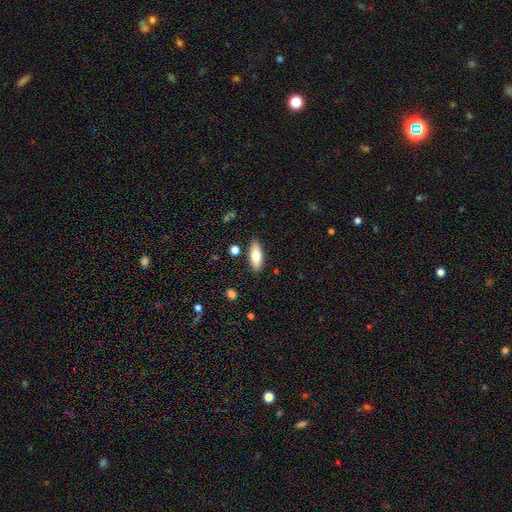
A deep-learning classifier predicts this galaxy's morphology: Q: Smooth or featured?
A: smooth (72%); runner-up: featured or disk (21%)
Q: How rounded?
A: in between (72%); runner-up: cigar-shaped (25%)
Q: Merging?
A: none (83%); runner-up: minor disturbance (11%)